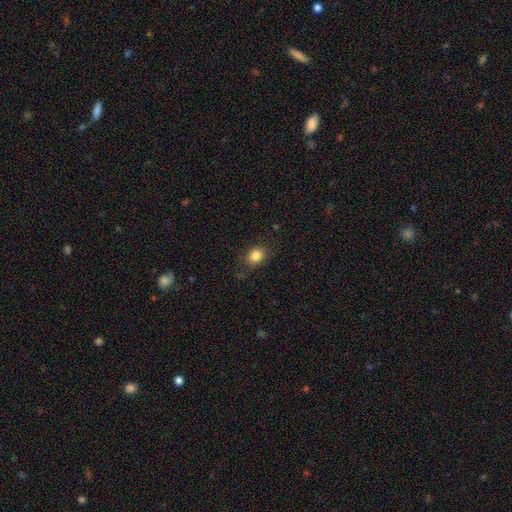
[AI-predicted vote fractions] The model was most divided on "how rounded": round: 60%, in between: 39%, cigar-shaped: 1%. More confident: smooth or featured — smooth (84%); merging — none (81%).